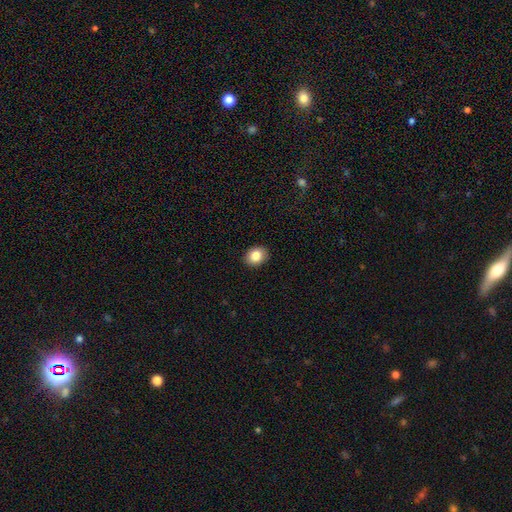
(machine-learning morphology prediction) Smooth or featured: smooth — 85% (star or artifact — 9%)
How rounded: in between — 54% (round — 45%)
Merging: none — 90% (minor disturbance — 7%)